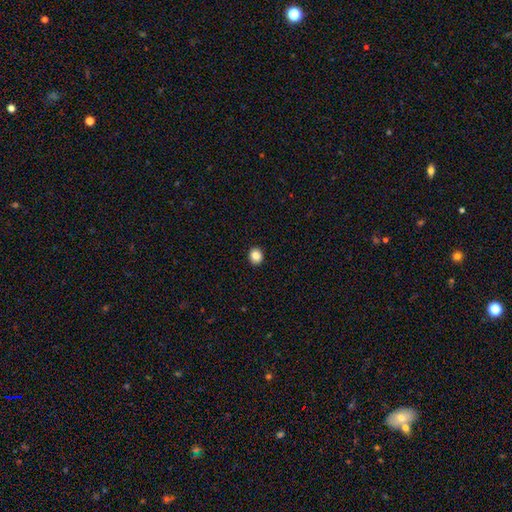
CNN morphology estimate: Overall: smooth (86%). How rounded: round (81%). Merging: none (93%).